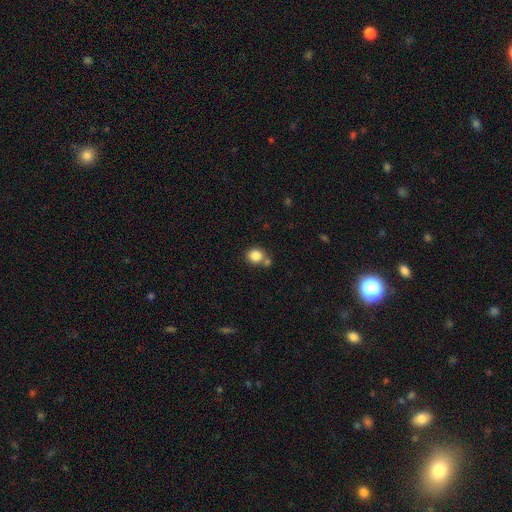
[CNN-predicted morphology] Smooth or featured: smooth — 84% (star or artifact — 10%)
How rounded: round — 77% (in between — 22%)
Merging: none — 60% (merger — 25%)